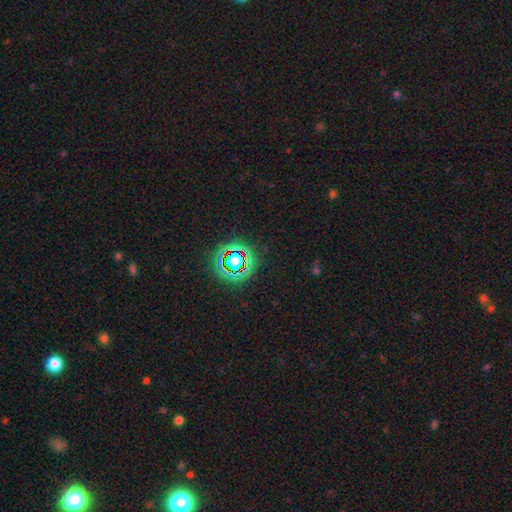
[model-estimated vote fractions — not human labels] This is likely a star or artifact rather than a galaxy (75%).